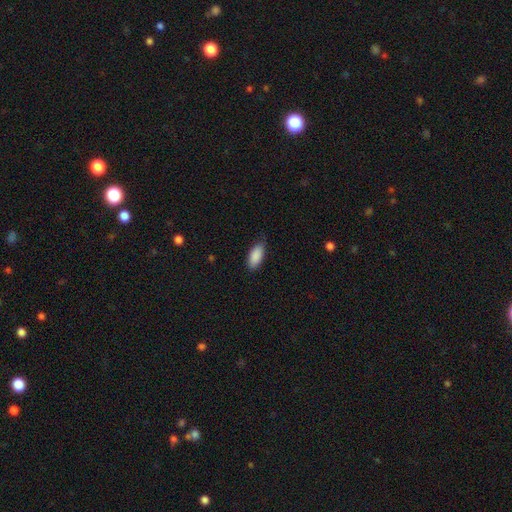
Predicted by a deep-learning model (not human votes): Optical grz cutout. It shows a smooth galaxy with no disk features (90%) that is in between round and cigar-shaped (88%). Merging: none (81%).